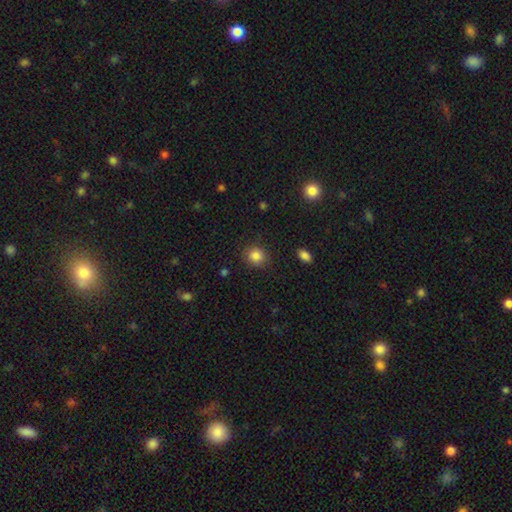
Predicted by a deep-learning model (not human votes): Smooth or featured? Predicted: smooth (p=0.84). How rounded? Predicted: round (p=0.79). Merging? Predicted: none (p=0.85).